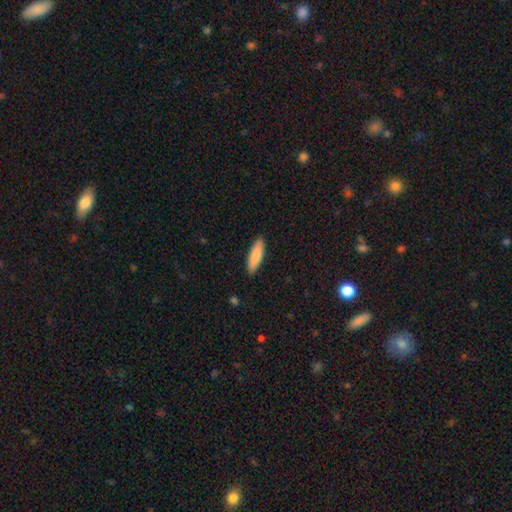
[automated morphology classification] Smooth or featured: smooth — 86% (featured or disk — 9%)
How rounded: cigar-shaped — 58% (in between — 40%)
Merging: none — 90% (minor disturbance — 7%)